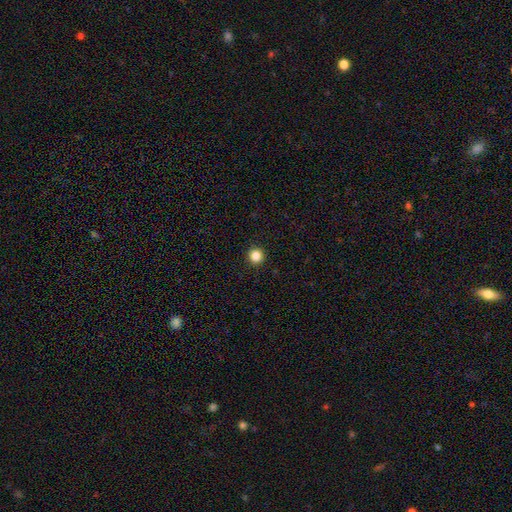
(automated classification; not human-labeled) Morphology: type=smooth (85%); roundness=round (94%); merging=none (93%).